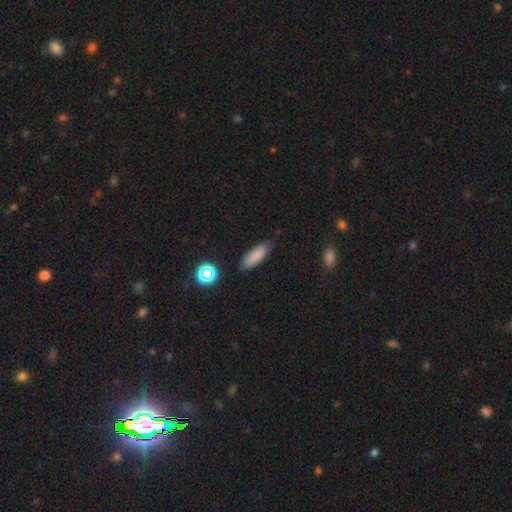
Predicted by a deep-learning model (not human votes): The model was most divided on "how rounded": in between: 54%, cigar-shaped: 44%, round: 2%. More confident: smooth or featured — smooth (83%); merging — none (82%).